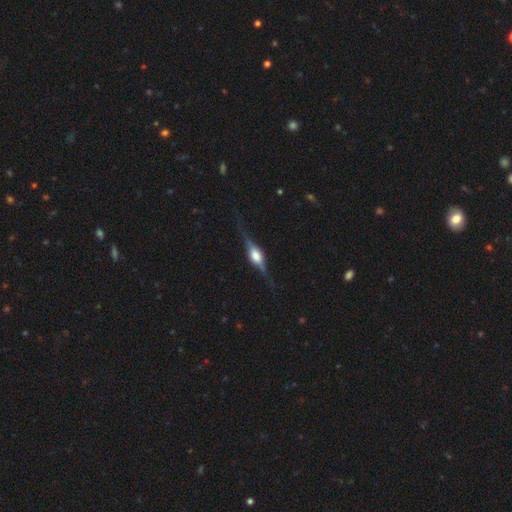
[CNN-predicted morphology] Smooth or featured? featured or disk (79%)
Edge-on disk? yes (97%)
Edge-on bulge? rounded (84%)
Merging? none (81%)